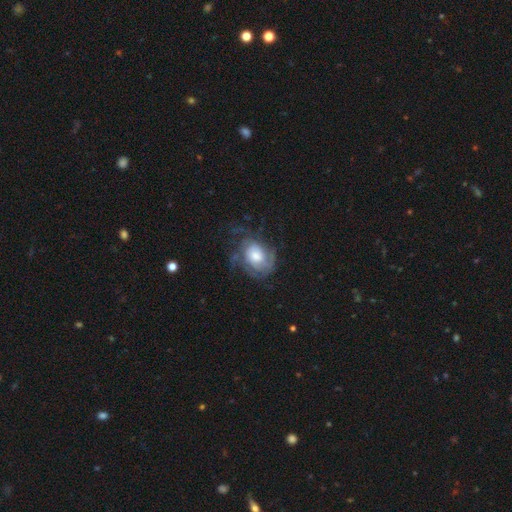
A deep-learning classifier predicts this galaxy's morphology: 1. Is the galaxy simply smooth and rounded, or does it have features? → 70% featured or disk, 23% smooth, 8% star or artifact.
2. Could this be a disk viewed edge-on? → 97% no, 3% yes.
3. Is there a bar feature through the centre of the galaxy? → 74% no, 22% weak, 4% strong.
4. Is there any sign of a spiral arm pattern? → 86% yes, 14% no.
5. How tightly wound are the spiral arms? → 50% tight, 34% medium, 16% loose.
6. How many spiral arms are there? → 45% can't tell, 20% 2, 15% 3, 8% 4, 7% 1, 5% more than 4.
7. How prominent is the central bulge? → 45% moderate, 37% large, 11% small, 4% dominant, 3% none.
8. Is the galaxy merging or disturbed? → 53% none, 23% minor disturbance, 22% major disturbance, 1% merger.